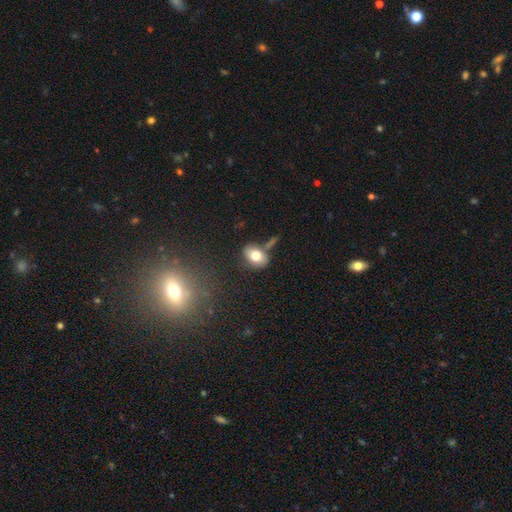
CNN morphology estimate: The model was most divided on "merging": none: 59%, minor disturbance: 19%, merger: 15%, major disturbance: 7%. More confident: how rounded — in between (81%); smooth or featured — smooth (76%).